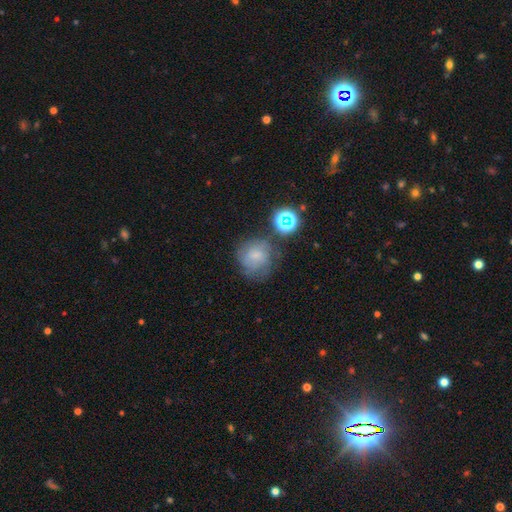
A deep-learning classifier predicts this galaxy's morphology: smooth-or-featured: smooth: 60% | featured or disk: 22% | star or artifact: 18%
  how-rounded: round: 88% | in between: 11% | cigar-shaped: 1%
  merging: none: 58% | minor disturbance: 21% | major disturbance: 11% | merger: 9%